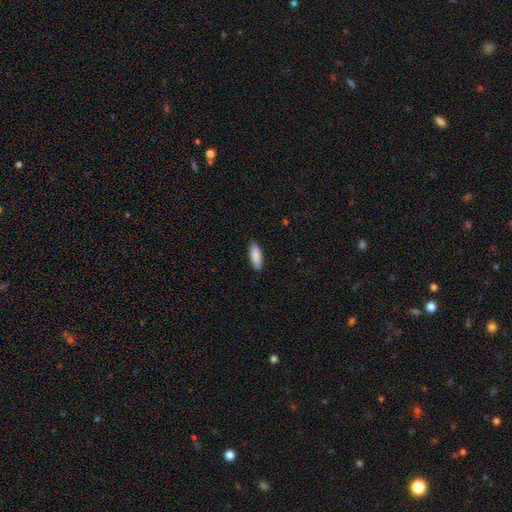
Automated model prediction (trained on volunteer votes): Q: Smooth or featured?
A: smooth (89%); runner-up: star or artifact (5%)
Q: How rounded?
A: in between (67%); runner-up: cigar-shaped (31%)
Q: Merging?
A: none (89%); runner-up: minor disturbance (9%)